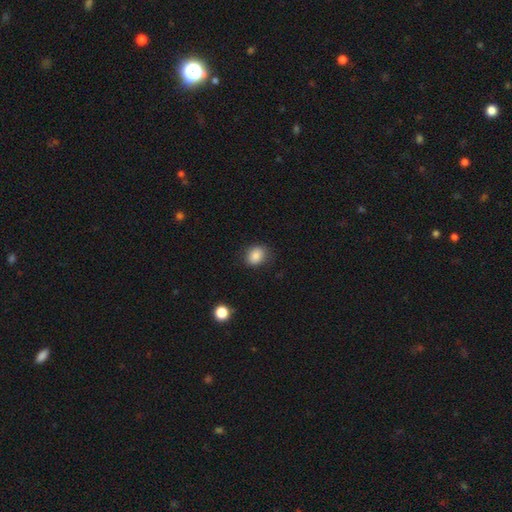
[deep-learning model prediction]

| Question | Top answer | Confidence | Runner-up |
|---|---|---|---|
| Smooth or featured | smooth | 86% | star or artifact (9%) |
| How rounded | in between | 52% | round (47%) |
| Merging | none | 80% | minor disturbance (15%) |